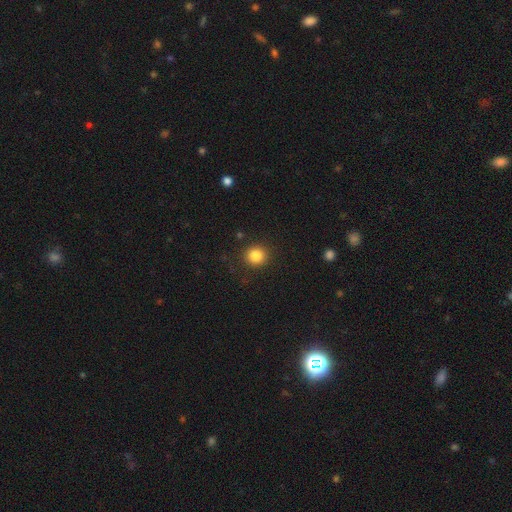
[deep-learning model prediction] smooth_or_featured: smooth (p=0.84) [alt: star or artifact p=0.11]
how_rounded: round (p=0.90) [alt: in between p=0.09]
merging: none (p=0.89) [alt: minor disturbance p=0.07]